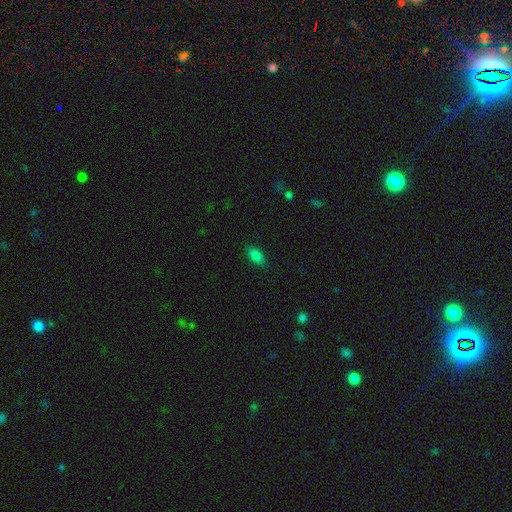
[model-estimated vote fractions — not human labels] Smooth or featured: smooth — 81% (star or artifact — 12%)
How rounded: in between — 88% (cigar-shaped — 6%)
Merging: none — 85% (minor disturbance — 12%)